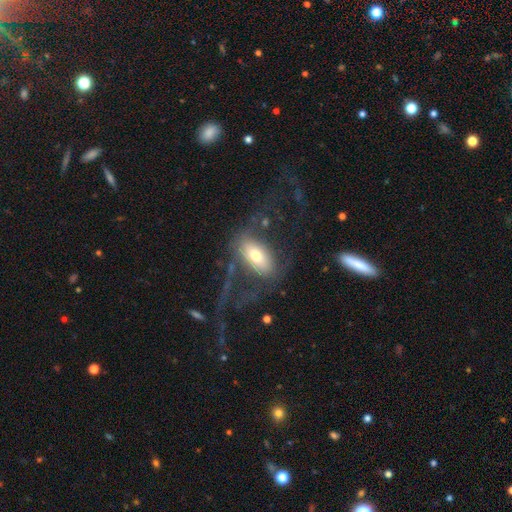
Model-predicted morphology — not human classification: Smooth or featured: smooth — 56% (featured or disk — 36%)
How rounded: in between — 90% (round — 7%)
Merging: major disturbance — 43% (none — 37%)